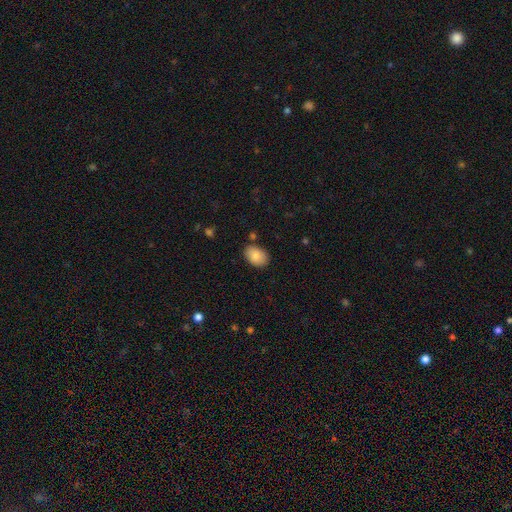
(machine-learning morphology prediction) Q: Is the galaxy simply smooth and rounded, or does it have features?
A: smooth — 87%.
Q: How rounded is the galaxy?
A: in between — 84%.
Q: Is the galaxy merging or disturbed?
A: none — 82%.